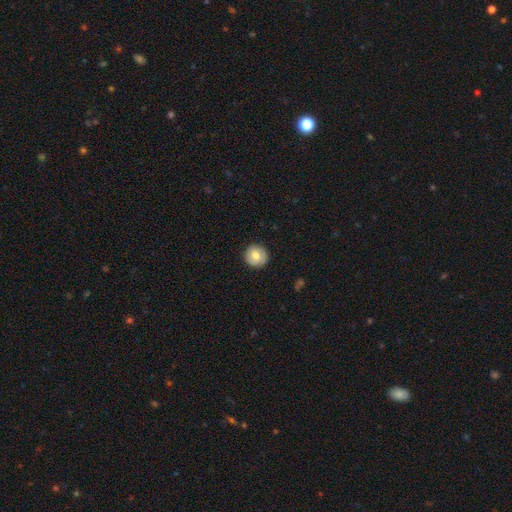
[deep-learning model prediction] This is likely a smooth galaxy (73%). How rounded: clearly round (92%). Merging: clearly none (89%).